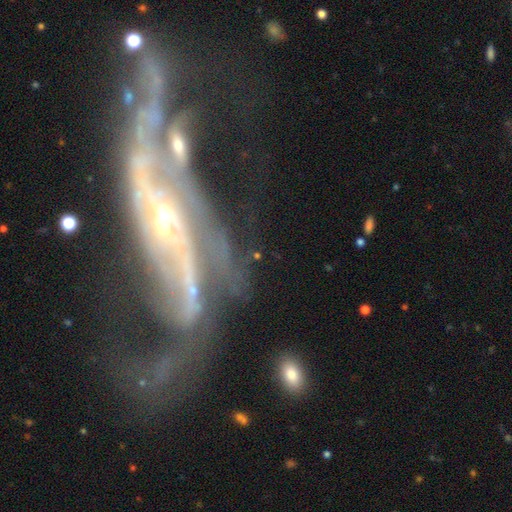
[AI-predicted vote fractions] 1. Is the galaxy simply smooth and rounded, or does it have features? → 61% featured or disk, 23% smooth, 16% star or artifact.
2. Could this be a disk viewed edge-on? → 80% no, 20% yes.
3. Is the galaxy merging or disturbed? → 60% none, 16% minor disturbance, 15% major disturbance, 9% merger.